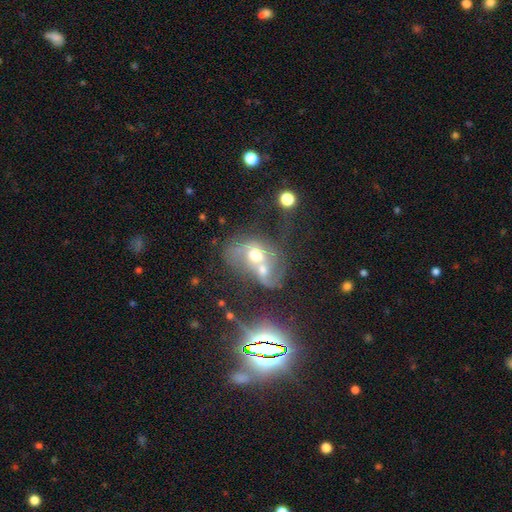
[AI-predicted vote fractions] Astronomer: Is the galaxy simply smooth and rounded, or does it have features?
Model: featured or disk — 50% (runner-up: smooth, 38%).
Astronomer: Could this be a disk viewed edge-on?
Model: no — 96%.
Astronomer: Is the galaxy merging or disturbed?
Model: merger — 73%.